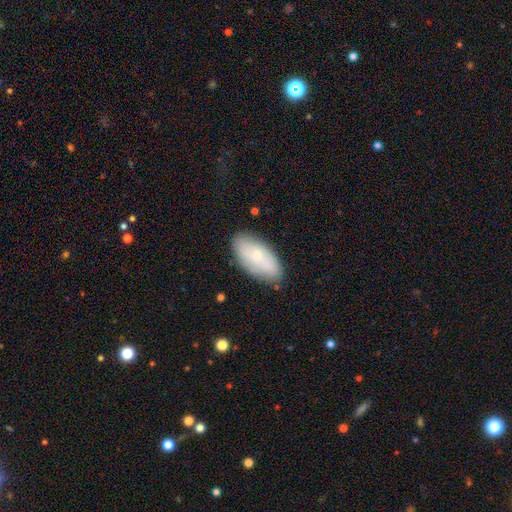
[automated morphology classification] Q: Smooth or featured?
A: smooth (62%); runner-up: featured or disk (31%)
Q: How rounded?
A: in between (93%); runner-up: cigar-shaped (4%)
Q: Merging?
A: none (79%); runner-up: minor disturbance (16%)